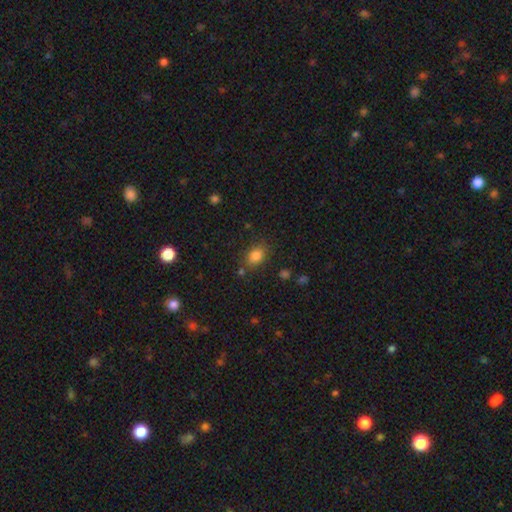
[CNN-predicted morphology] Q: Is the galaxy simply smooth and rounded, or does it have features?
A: smooth — 82%.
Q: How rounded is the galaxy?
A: in between — 65%.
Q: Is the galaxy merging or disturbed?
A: none — 77%.